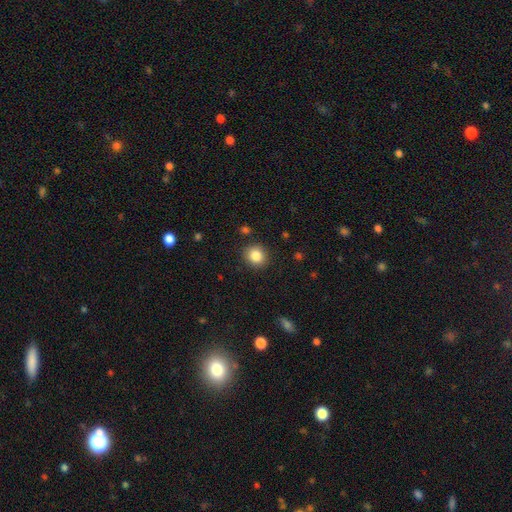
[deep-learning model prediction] Smooth or featured?
  - smooth: 85% *
  - star or artifact: 10%
  - featured or disk: 5%
How rounded?
  - round: 80% *
  - in between: 19%
  - cigar-shaped: 1%
Merging?
  - none: 88% *
  - minor disturbance: 8%
  - major disturbance: 2%
  - merger: 2%